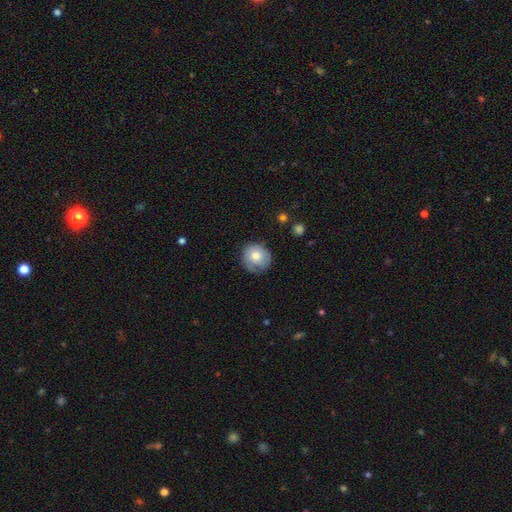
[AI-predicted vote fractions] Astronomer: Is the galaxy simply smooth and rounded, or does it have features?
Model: smooth — 72%.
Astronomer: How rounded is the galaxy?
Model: round — 88%.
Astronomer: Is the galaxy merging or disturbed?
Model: none — 71%.